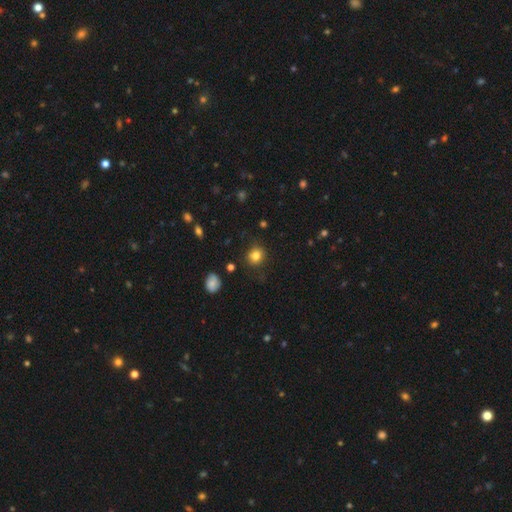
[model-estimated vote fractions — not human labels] Smooth or featured: smooth — 82% (star or artifact — 12%)
How rounded: round — 83% (in between — 16%)
Merging: none — 83% (minor disturbance — 12%)